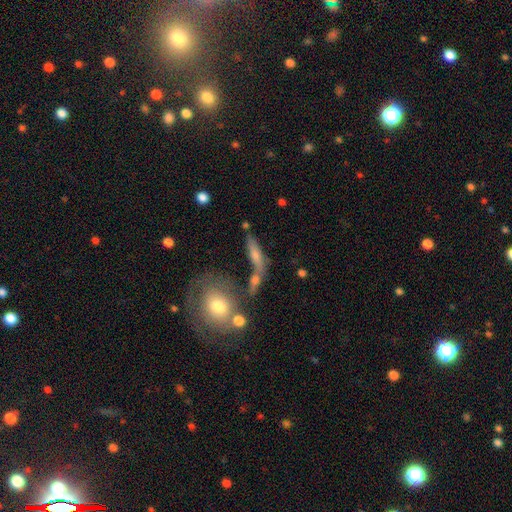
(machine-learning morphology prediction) The model was most divided on "merging": none: 48%, merger: 29%, minor disturbance: 14%, major disturbance: 9%. More confident: smooth or featured — smooth (63%); how rounded — cigar-shaped (61%).